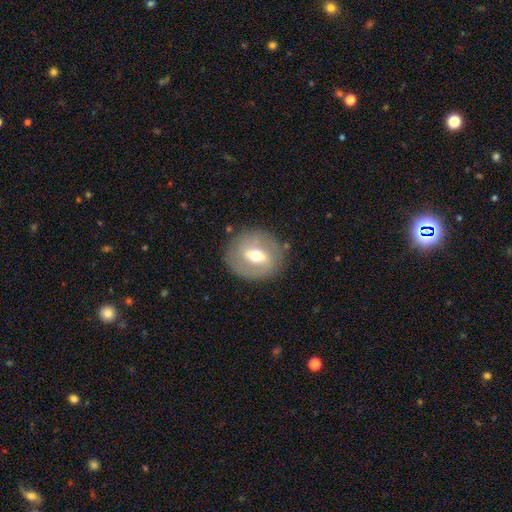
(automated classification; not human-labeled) This appears to be a featured or disk galaxy (55%). Merging: none (82%).